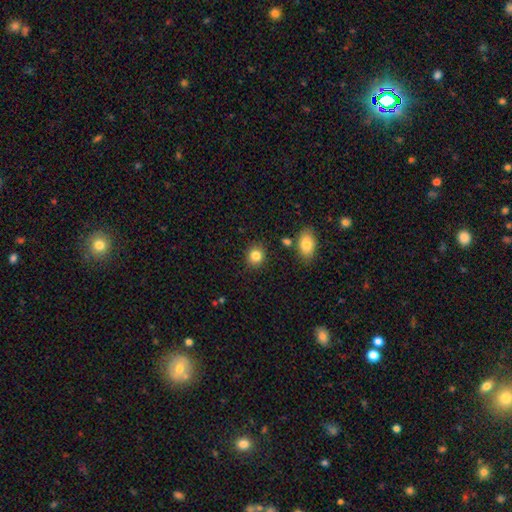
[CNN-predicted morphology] Smooth or featured? smooth (84%)
How rounded? round (80%)
Merging? none (87%)